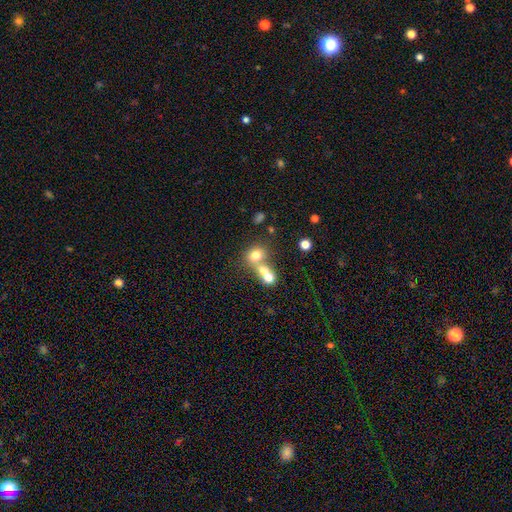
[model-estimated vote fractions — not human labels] A smooth galaxy with no disk features (70%) that is round (64%). Merging: merger (53%).